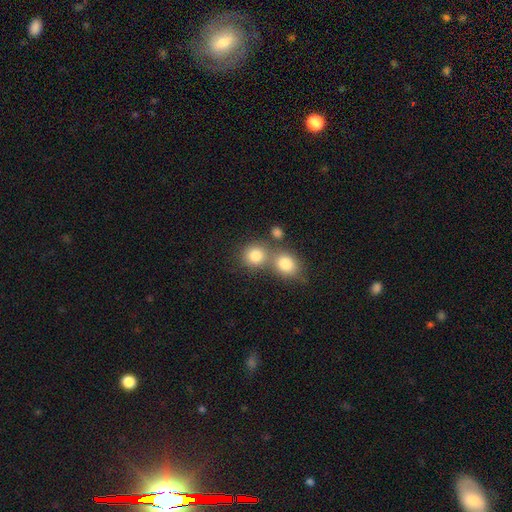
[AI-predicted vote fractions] The model was most divided on "merging": none: 49%, merger: 41%, minor disturbance: 7%, major disturbance: 3%. More confident: how rounded — round (83%); smooth or featured — smooth (82%).